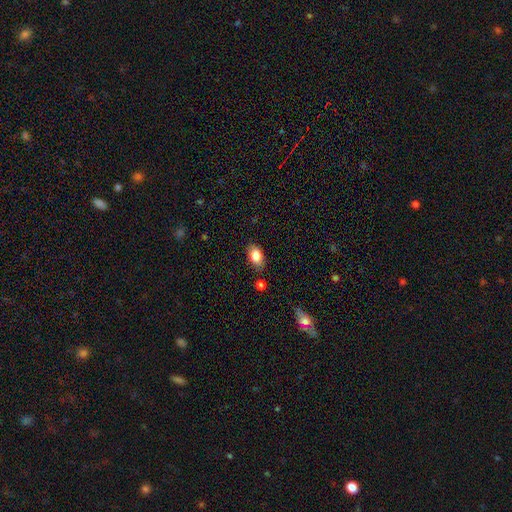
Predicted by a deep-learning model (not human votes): Overall: smooth (83%). How rounded: in between (90%). Merging: none (83%).